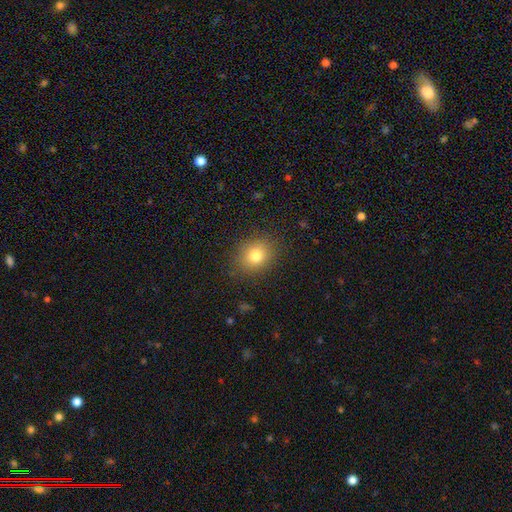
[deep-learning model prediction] smooth_or_featured: smooth (p=0.79) [alt: star or artifact p=0.12]
how_rounded: round (p=0.65) [alt: in between p=0.34]
merging: none (p=0.87) [alt: minor disturbance p=0.09]